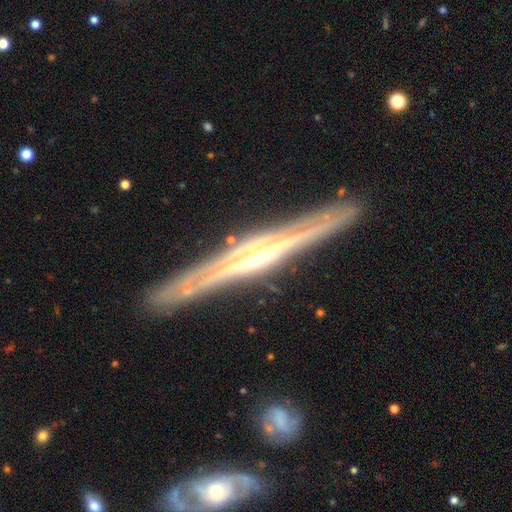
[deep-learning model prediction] smooth-or-featured: featured or disk: 87% | smooth: 8% | star or artifact: 5%
  disk-edge-on: yes: 95% | no: 5%
    edge-on-bulge: rounded: 77% | none: 14% | boxy: 9%
  merging: none: 89% | minor disturbance: 8% | major disturbance: 2% | merger: 1%